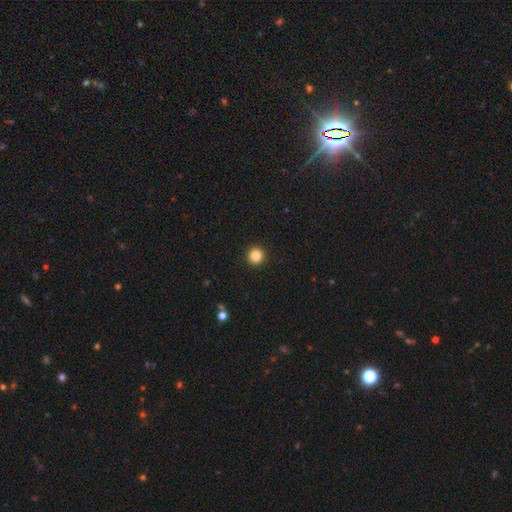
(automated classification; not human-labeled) smooth_or_featured: smooth (p=0.86) [alt: star or artifact p=0.11]
how_rounded: round (p=0.94) [alt: in between p=0.05]
merging: none (p=0.93) [alt: minor disturbance p=0.04]